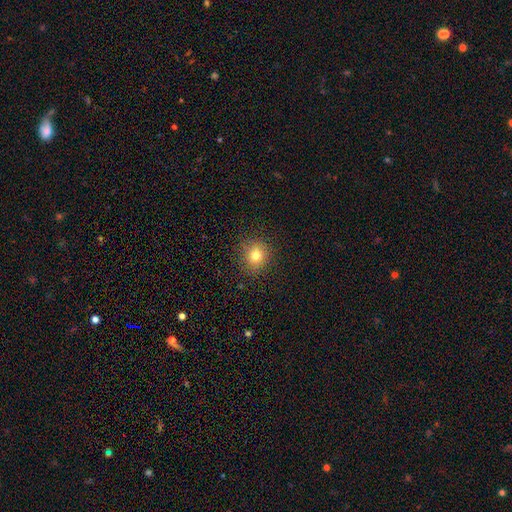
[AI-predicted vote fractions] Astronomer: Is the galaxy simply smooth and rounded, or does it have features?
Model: smooth — 78%.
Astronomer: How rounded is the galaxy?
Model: round — 86%.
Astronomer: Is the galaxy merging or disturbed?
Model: none — 87%.